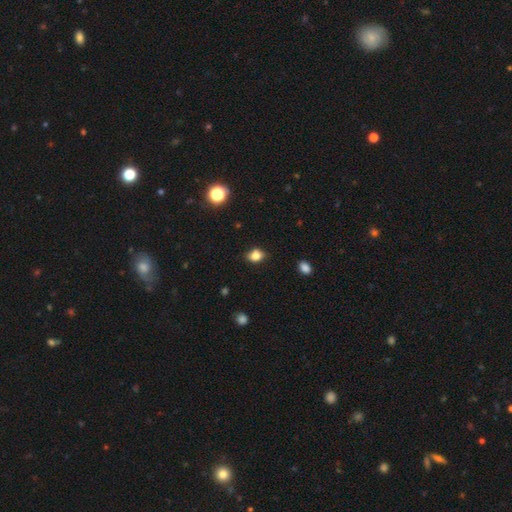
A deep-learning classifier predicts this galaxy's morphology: Overall: smooth (81%). How rounded: in between (58%; round 40%). Merging: none (75%).